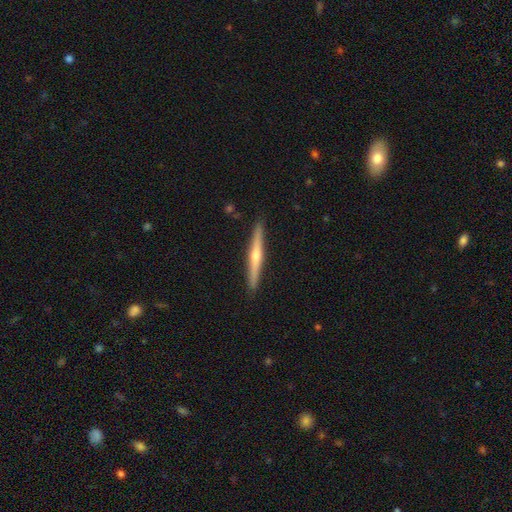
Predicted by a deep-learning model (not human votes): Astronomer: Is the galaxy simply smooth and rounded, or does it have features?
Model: featured or disk — 70%.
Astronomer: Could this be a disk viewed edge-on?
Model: yes — 98%.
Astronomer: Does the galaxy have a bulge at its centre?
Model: rounded — 84%.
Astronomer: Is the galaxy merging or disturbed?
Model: none — 92%.